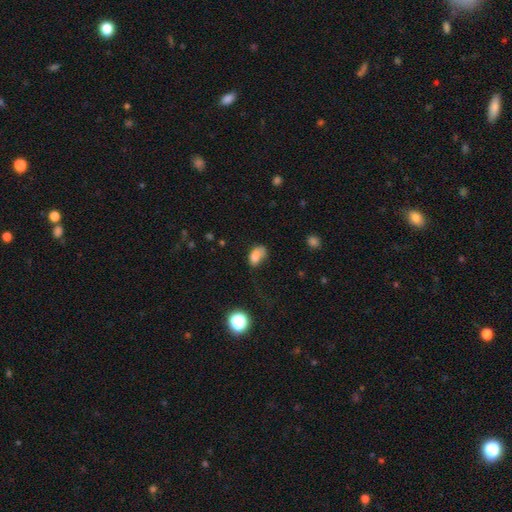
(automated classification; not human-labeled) smooth 75%, featured or disk 13%, star or artifact 12%. Down the decision tree: how rounded — in between (85%); merging — none (39%).